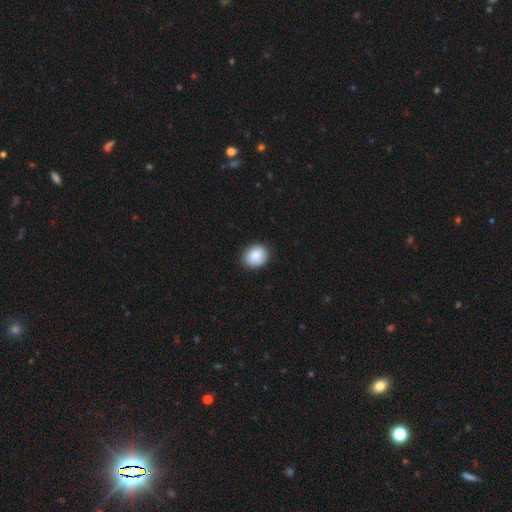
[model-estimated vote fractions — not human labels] smooth-or-featured: smooth: 86% | star or artifact: 7% | featured or disk: 7%
  how-rounded: round: 61% | in between: 38% | cigar-shaped: 1%
  merging: none: 84% | minor disturbance: 12% | major disturbance: 2% | merger: 1%